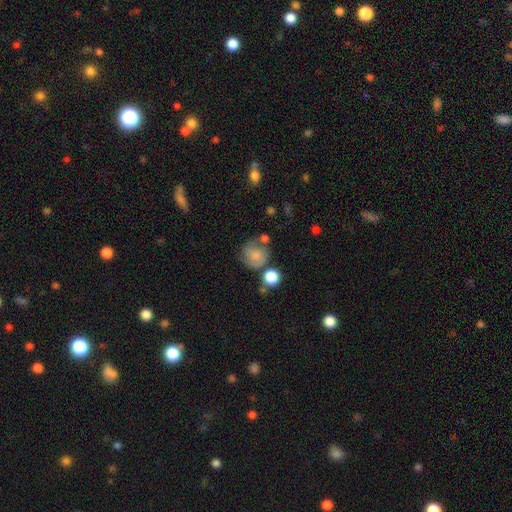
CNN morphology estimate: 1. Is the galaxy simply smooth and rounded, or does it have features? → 60% smooth, 30% featured or disk, 10% star or artifact.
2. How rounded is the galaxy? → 81% round, 18% in between, 1% cigar-shaped.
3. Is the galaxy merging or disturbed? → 50% none, 23% minor disturbance, 14% major disturbance, 13% merger.